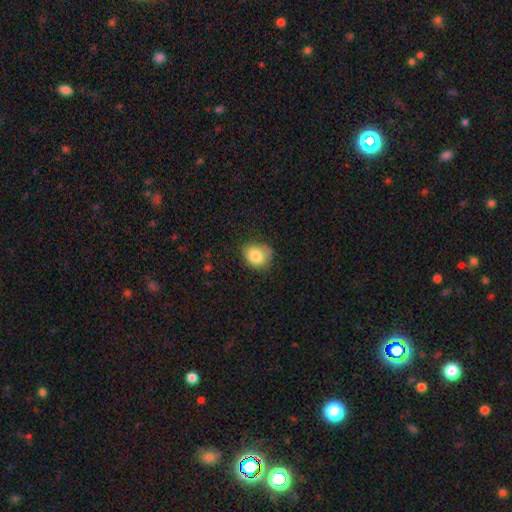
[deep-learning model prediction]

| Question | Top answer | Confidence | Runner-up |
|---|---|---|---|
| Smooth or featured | smooth | 82% | star or artifact (9%) |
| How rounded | round | 57% | in between (42%) |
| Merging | none | 63% | minor disturbance (27%) |